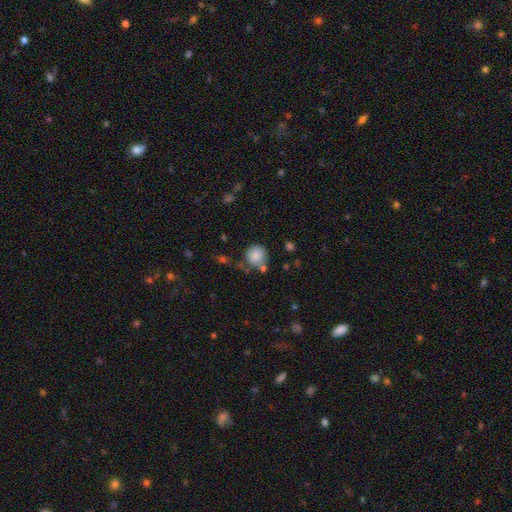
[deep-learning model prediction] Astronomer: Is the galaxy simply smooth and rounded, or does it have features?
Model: smooth — 82%.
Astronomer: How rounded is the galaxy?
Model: round — 89%.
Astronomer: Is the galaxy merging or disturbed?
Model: none — 67%.